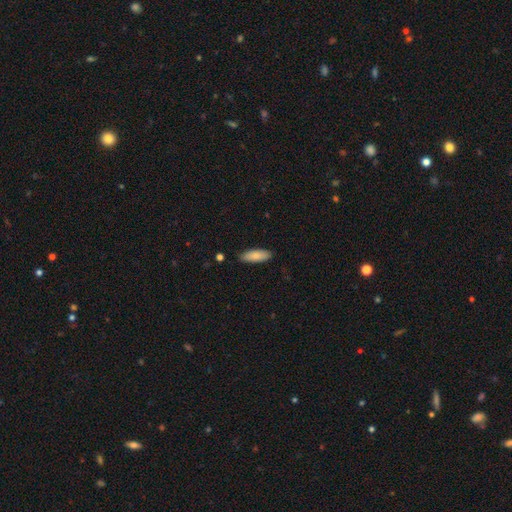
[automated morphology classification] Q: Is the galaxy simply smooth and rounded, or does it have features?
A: smooth — 83%.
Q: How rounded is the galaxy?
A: in between — 62%.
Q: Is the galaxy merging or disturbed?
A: none — 87%.